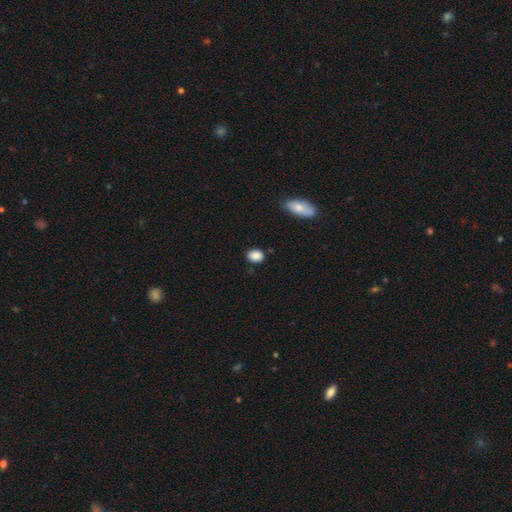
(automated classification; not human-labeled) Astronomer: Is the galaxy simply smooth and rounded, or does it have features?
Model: smooth — 87%.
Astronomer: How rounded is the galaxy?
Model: in between — 65%.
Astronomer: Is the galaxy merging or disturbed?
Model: none — 82%.